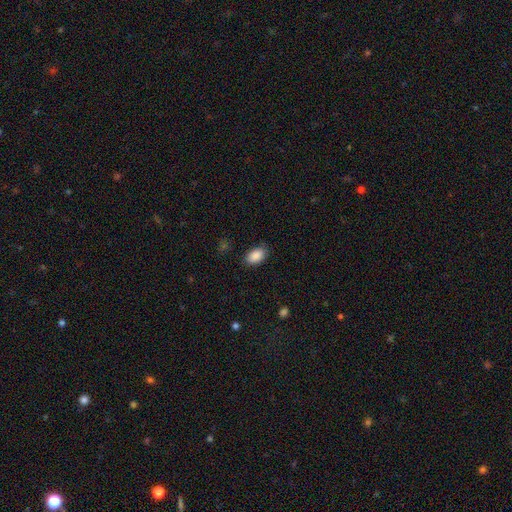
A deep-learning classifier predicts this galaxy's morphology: smooth_or_featured: smooth (p=0.89) [alt: star or artifact p=0.07]
how_rounded: in between (p=0.92) [alt: round p=0.07]
merging: none (p=0.83) [alt: minor disturbance p=0.13]